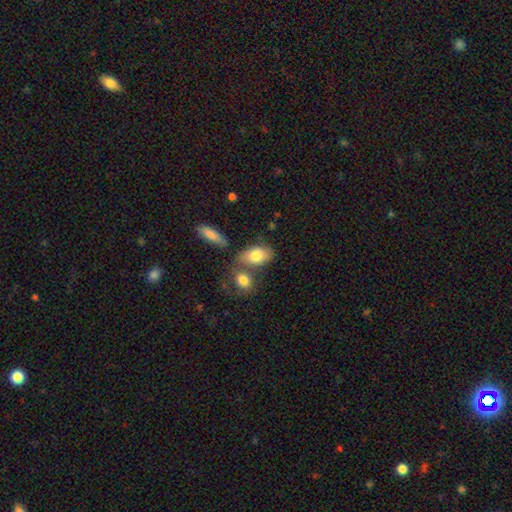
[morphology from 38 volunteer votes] smooth_or_featured: smooth (p=0.84) [alt: featured or disk p=0.13]
how_rounded: in between (p=0.97) [alt: round p=0.03]
merging: merger (p=0.38) [alt: none p=0.35]